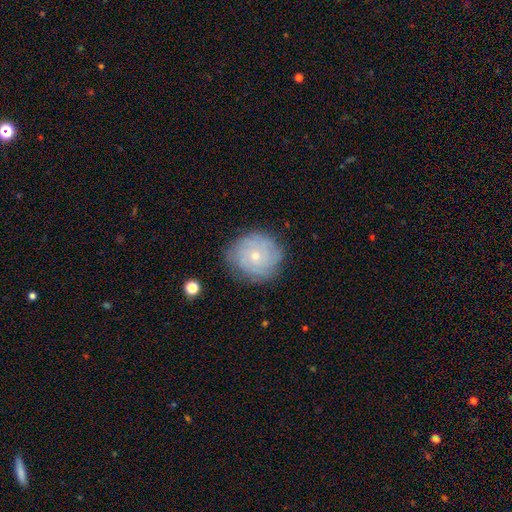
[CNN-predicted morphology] Overall: featured or disk (61%; smooth 31%). Edge-on disk: no (97%). Bar: no (85%). Spiral arms: yes (83%). Bulge size: small (65%; moderate 32%). Merging: none (78%).